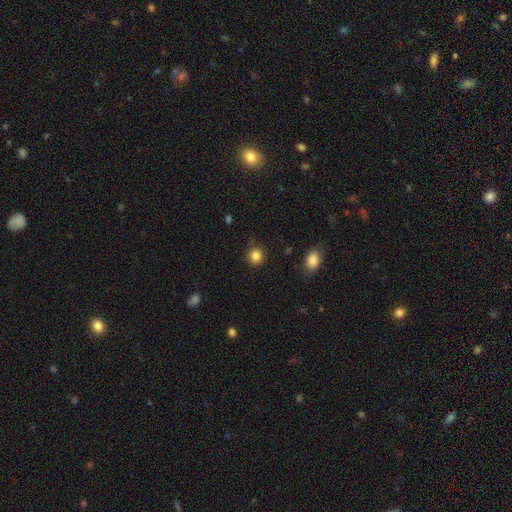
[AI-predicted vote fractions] A smooth galaxy with no disk features (85%) that is round (87%).

Vote fractions:
- Smooth or featured? smooth: 85% / star or artifact: 11% / featured or disk: 4%
- How rounded? round: 87% / in between: 12% / cigar-shaped: 1%
- Merging? none: 85% / minor disturbance: 10% / major disturbance: 3% / merger: 2%